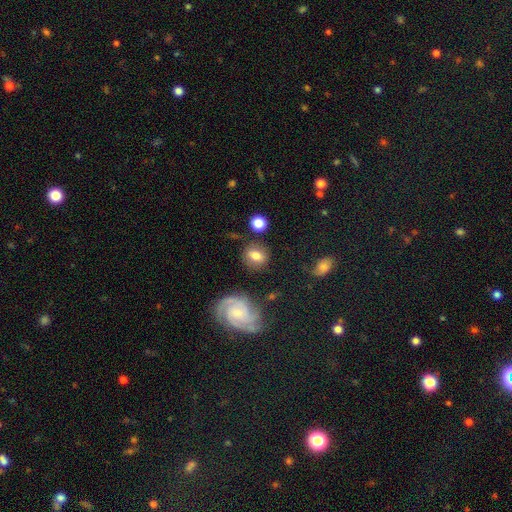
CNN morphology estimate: Smooth or featured: smooth — 69% (featured or disk — 22%)
How rounded: round — 64% (in between — 34%)
Merging: none — 78% (minor disturbance — 12%)